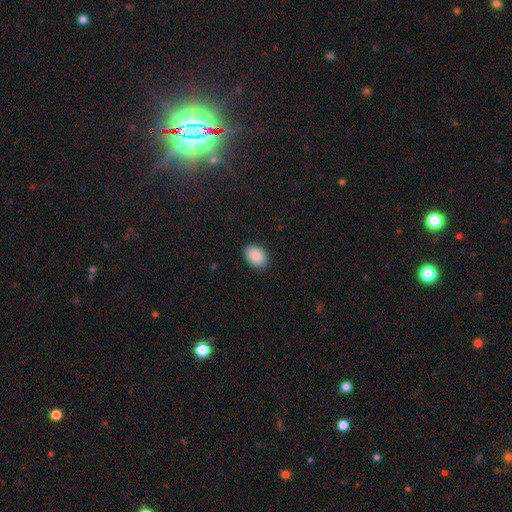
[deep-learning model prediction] This is clearly a smooth galaxy (88%). How rounded: clearly in between (81%). Merging: clearly none (85%).